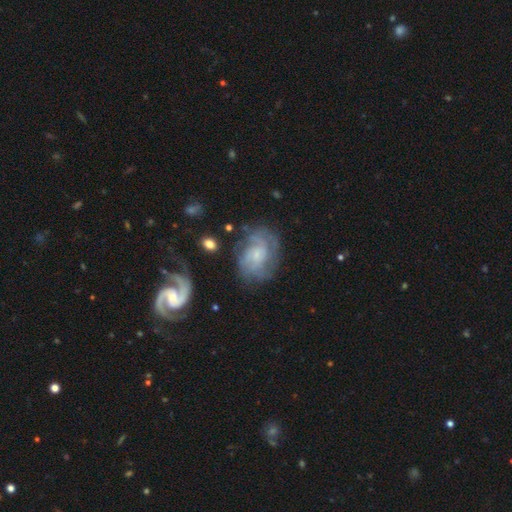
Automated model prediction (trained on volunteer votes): smooth_or_featured: featured or disk (p=0.76) [alt: smooth p=0.17]
disk_edge_on: no (p=0.97) [alt: yes p=0.03]
bar: no (p=0.63) [alt: weak p=0.32]
has_spiral_arms: yes (p=0.92) [alt: no p=0.08]
spiral_winding: tight (p=0.45) [alt: medium p=0.40]
spiral_arm_count: can't tell (p=0.33) [tied with: 2 p=0.33]
bulge_size: small (p=0.64) [alt: moderate p=0.20]
merging: none (p=0.66) [alt: minor disturbance p=0.19]